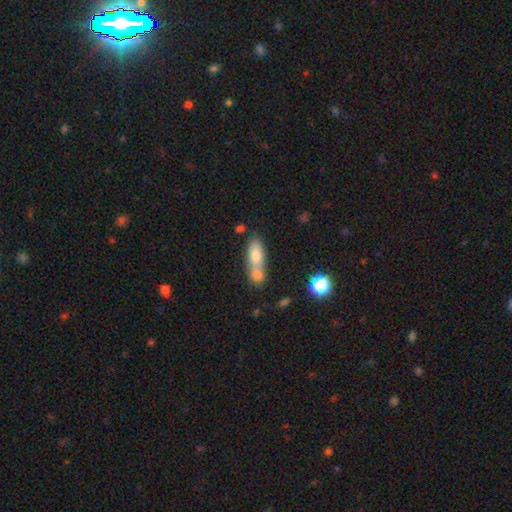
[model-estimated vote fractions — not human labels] Smooth or featured? Predicted: smooth (p=0.70). How rounded? Predicted: in between (p=0.63). Merging? Predicted: merger (p=0.58).